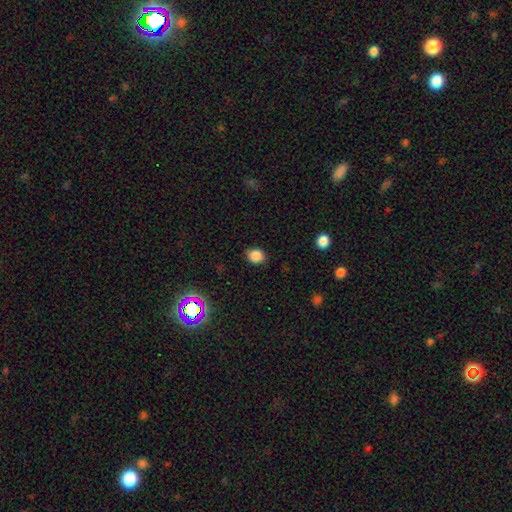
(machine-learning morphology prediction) smooth 85%, star or artifact 11%, featured or disk 4%. Down the decision tree: how rounded — round (58%); merging — none (84%).